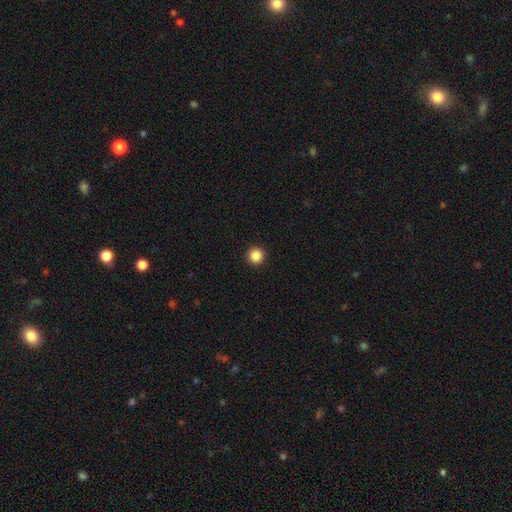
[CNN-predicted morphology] Smooth or featured: smooth — 87% (star or artifact — 10%)
How rounded: round — 96% (in between — 3%)
Merging: none — 94% (minor disturbance — 4%)